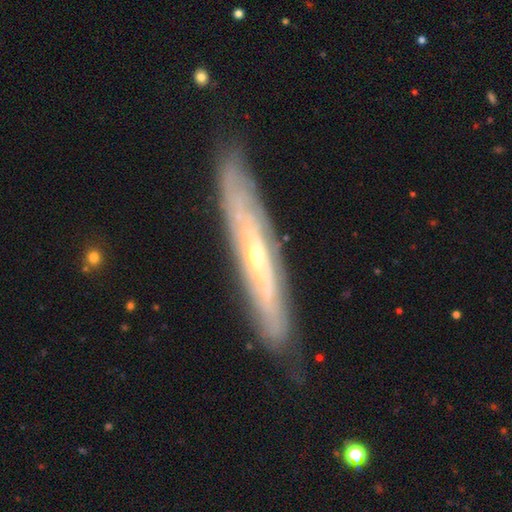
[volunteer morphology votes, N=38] Volunteers were most divided on "edge-on bulge": rounded: 71%, none: 29%, boxy: 0%. More confident: smooth or featured — featured or disk (76%); merging — none (76%); edge-on disk — yes (72%).